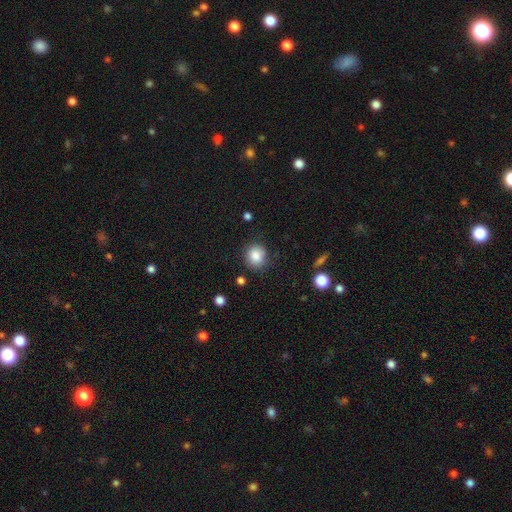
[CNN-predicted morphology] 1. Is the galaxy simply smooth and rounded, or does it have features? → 84% smooth, 10% star or artifact, 6% featured or disk.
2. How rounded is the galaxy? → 80% round, 19% in between, 1% cigar-shaped.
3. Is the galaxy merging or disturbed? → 80% none, 14% minor disturbance, 4% major disturbance, 2% merger.